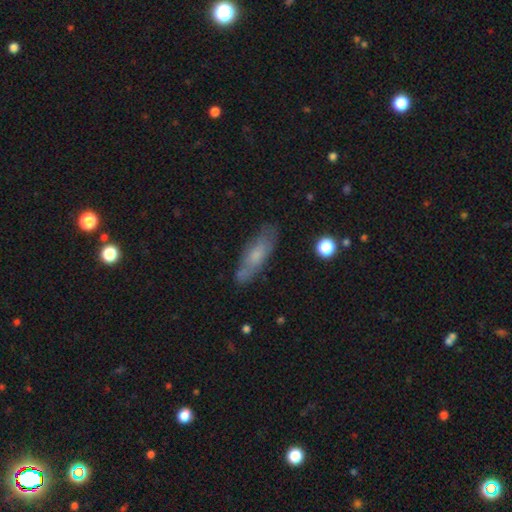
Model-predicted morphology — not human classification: This is possibly a smooth galaxy (59%). How rounded: possibly cigar-shaped (56%). Merging: likely none (76%).